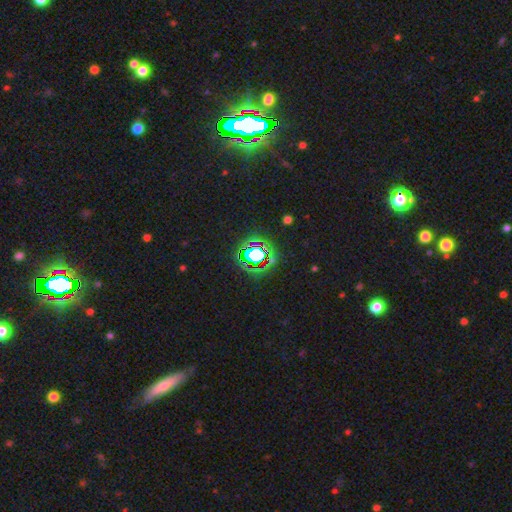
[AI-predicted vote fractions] Q: Smooth or featured?
A: star or artifact (67%); runner-up: smooth (21%)